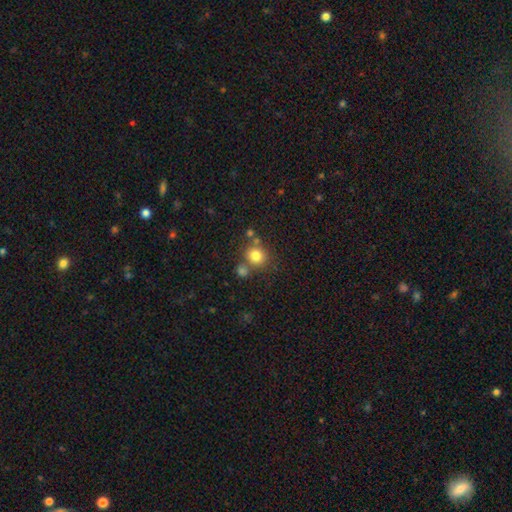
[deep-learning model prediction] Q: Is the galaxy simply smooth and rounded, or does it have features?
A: smooth — 80%.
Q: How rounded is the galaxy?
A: round — 86%.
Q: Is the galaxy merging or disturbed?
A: none — 66%.